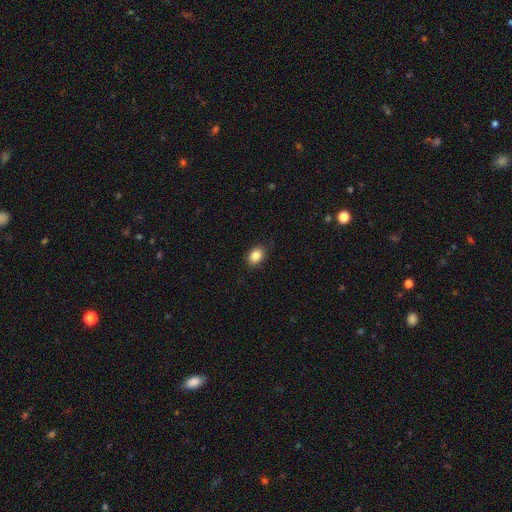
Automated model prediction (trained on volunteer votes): Q: Smooth or featured?
A: smooth (85%); runner-up: star or artifact (9%)
Q: How rounded?
A: in between (68%); runner-up: round (31%)
Q: Merging?
A: none (85%); runner-up: minor disturbance (12%)